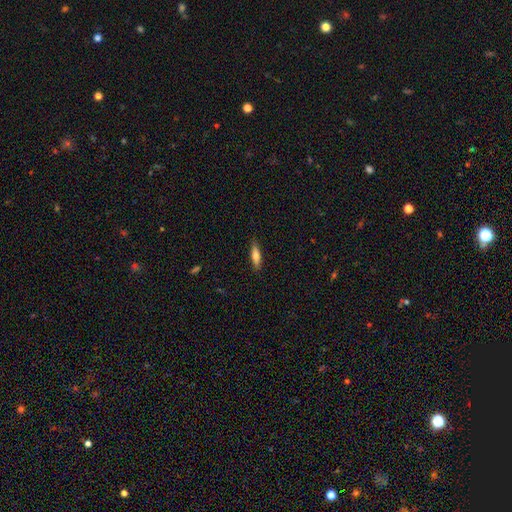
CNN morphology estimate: Smooth or featured?
  - smooth: 70% *
  - featured or disk: 23%
  - star or artifact: 7%
How rounded?
  - cigar-shaped: 61% *
  - in between: 37%
  - round: 2%
Merging?
  - none: 86% *
  - minor disturbance: 11%
  - major disturbance: 2%
  - merger: 1%